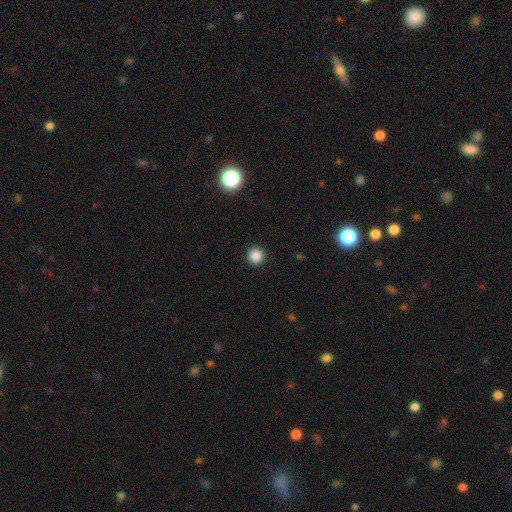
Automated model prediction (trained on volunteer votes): smooth 86%, star or artifact 11%, featured or disk 3%. Down the decision tree: how rounded — round (95%); merging — none (93%).